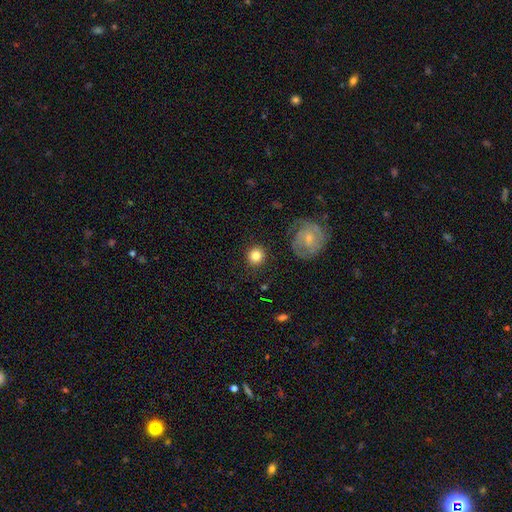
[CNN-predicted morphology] The model was most divided on "smooth or featured": smooth: 81%, featured or disk: 10%, star or artifact: 9%. More confident: how rounded — round (92%); merging — none (87%).